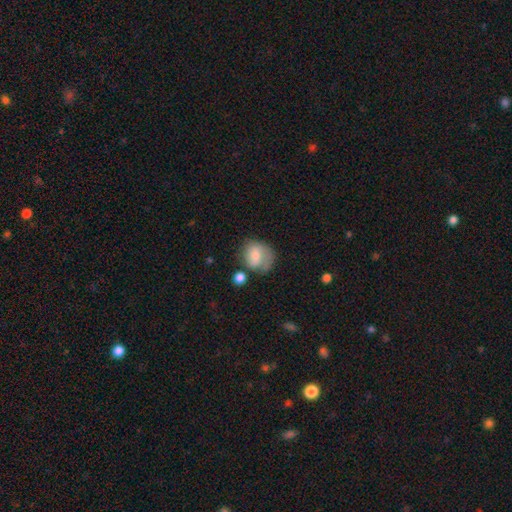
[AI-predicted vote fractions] A smooth galaxy with no disk features (62%) that is round (64%). Merging: none (44%).